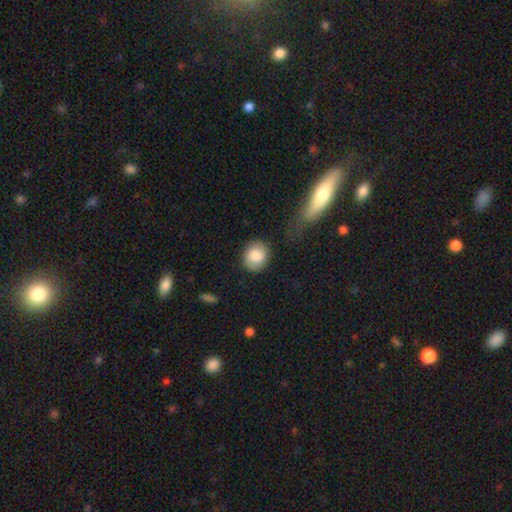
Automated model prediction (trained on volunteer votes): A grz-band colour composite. It shows a smooth galaxy with no disk features (84%) that is round (72%). Merging: none (80%).